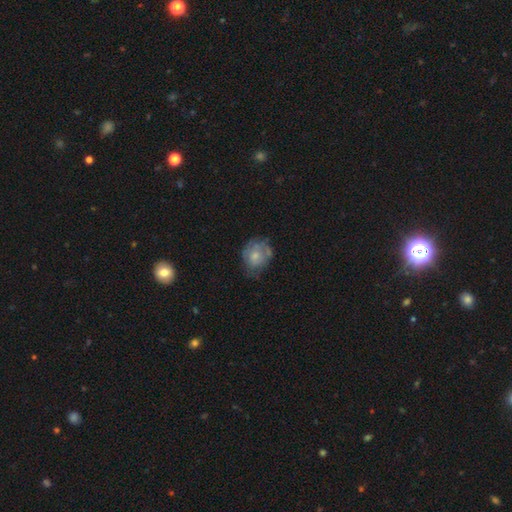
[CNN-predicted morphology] Smooth or featured: smooth — 54% (featured or disk — 38%)
How rounded: round — 68% (in between — 31%)
Merging: none — 50% (minor disturbance — 32%)